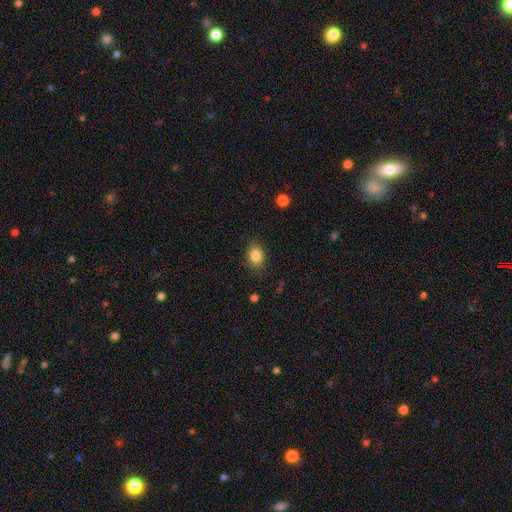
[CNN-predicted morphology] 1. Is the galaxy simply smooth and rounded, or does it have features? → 85% smooth, 9% star or artifact, 6% featured or disk.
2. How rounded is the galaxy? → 69% in between, 30% round, 1% cigar-shaped.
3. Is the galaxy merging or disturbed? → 84% none, 12% minor disturbance, 3% major disturbance, 1% merger.